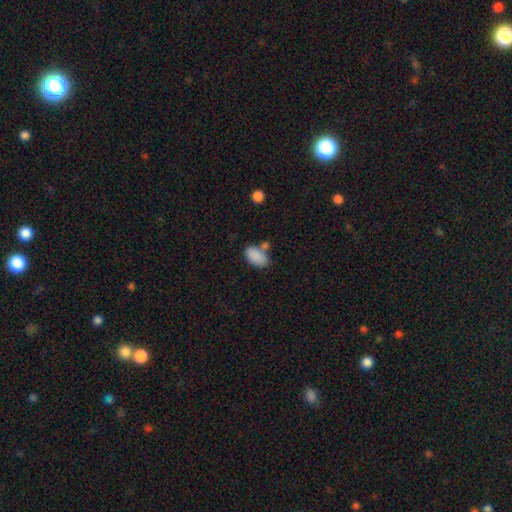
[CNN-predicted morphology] type=smooth (86%); roundness=in between (93%); merging=none (54%).